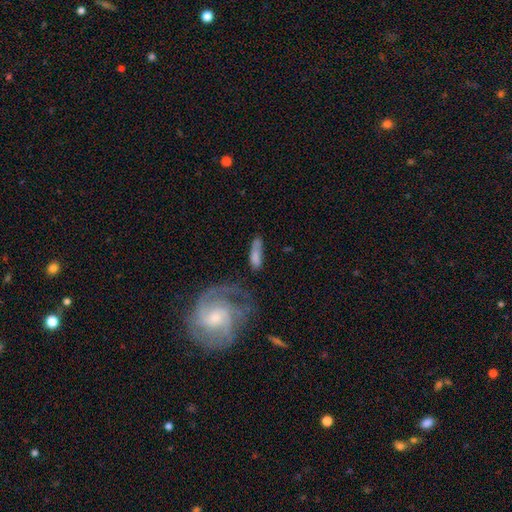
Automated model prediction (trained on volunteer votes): Morphology: type=smooth (72%); roundness=cigar-shaped (52%); merging=none (51%).